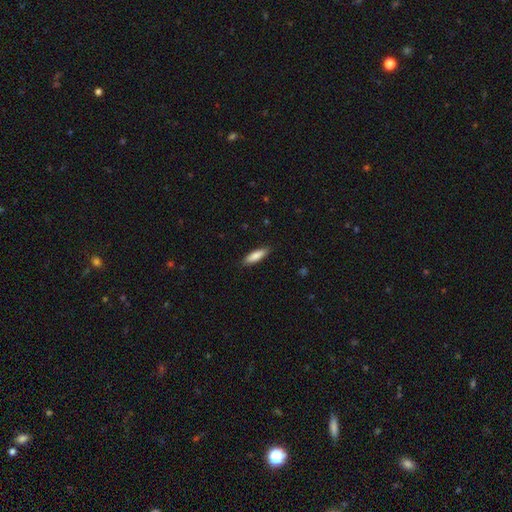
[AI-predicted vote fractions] Morphology: type=smooth (82%); roundness=cigar-shaped (57%); merging=none (87%).